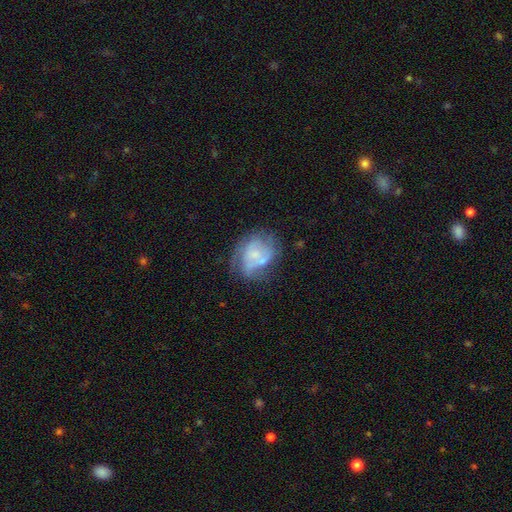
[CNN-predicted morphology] Smooth or featured? Predicted: featured or disk (p=0.58). Edge-on disk? Predicted: no (p=0.98). Bar? Predicted: no (p=0.75). Spiral arms? Predicted: yes (p=0.55). Bulge size? Predicted: small (p=0.47). Merging? Predicted: none (p=0.40).